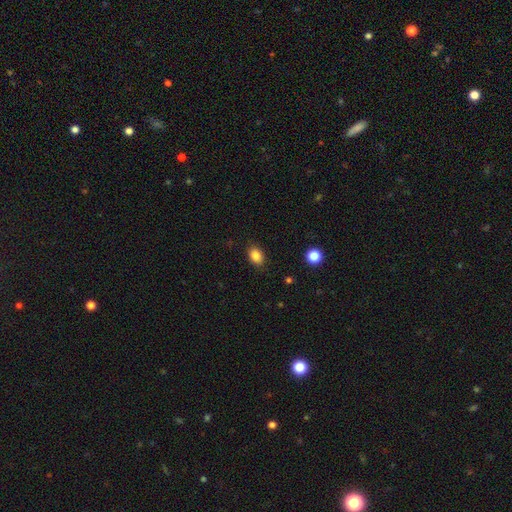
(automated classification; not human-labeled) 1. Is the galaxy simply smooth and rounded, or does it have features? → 86% smooth, 10% star or artifact, 4% featured or disk.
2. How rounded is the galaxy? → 78% in between, 20% round, 1% cigar-shaped.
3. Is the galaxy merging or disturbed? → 86% none, 10% minor disturbance, 3% major disturbance, 1% merger.